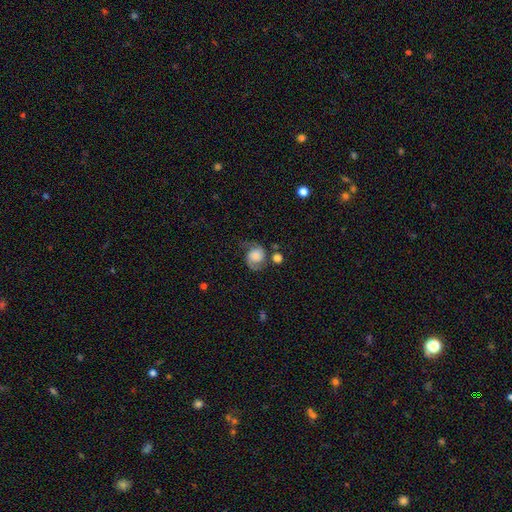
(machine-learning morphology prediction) smooth_or_featured: featured or disk (p=0.64) [alt: smooth p=0.28]
disk_edge_on: no (p=0.98) [alt: yes p=0.02]
bar: no (p=0.72) [alt: weak p=0.23]
has_spiral_arms: yes (p=0.93) [alt: no p=0.07]
spiral_winding: medium (p=0.45) [alt: loose p=0.31]
spiral_arm_count: 2 (p=0.85) [alt: 1 p=0.08]
bulge_size: small (p=0.25) [alt: moderate p=0.24]
merging: none (p=0.56) [alt: minor disturbance p=0.23]